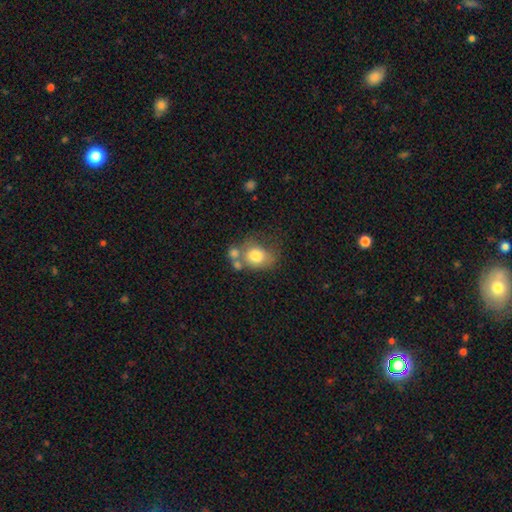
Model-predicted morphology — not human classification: This appears to be a smooth galaxy with no disk features (75%) that is round (58%). Merging: none (37%).